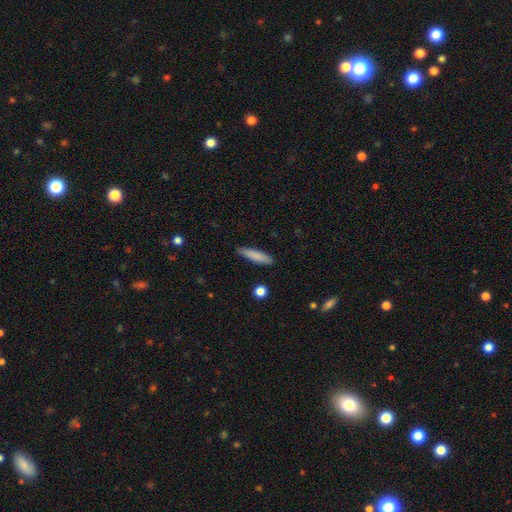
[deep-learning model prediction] Smooth or featured? Predicted: smooth (p=0.82). How rounded? Predicted: cigar-shaped (p=0.80). Merging? Predicted: none (p=0.86).